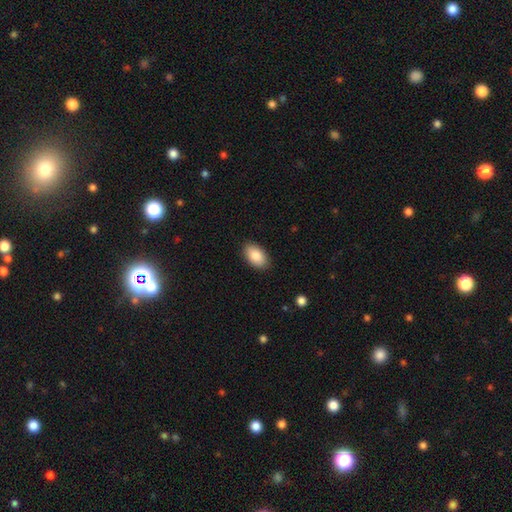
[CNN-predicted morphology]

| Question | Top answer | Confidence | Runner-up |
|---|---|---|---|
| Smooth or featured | smooth | 88% | star or artifact (6%) |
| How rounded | in between | 94% | round (5%) |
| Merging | none | 87% | minor disturbance (10%) |